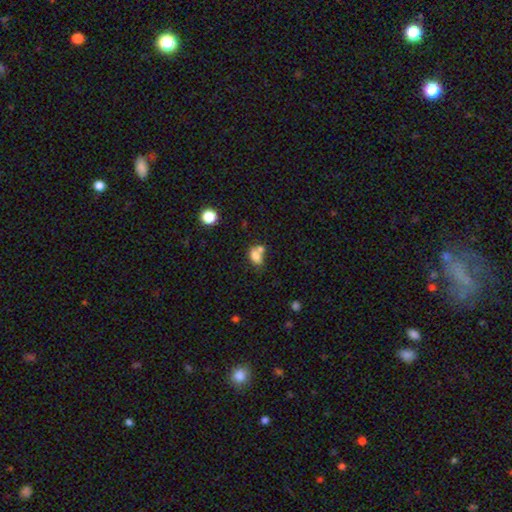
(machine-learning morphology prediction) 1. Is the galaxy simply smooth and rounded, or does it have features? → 77% smooth, 12% featured or disk, 11% star or artifact.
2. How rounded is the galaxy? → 81% in between, 17% round, 3% cigar-shaped.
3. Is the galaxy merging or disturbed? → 46% merger, 35% none, 13% minor disturbance, 6% major disturbance.